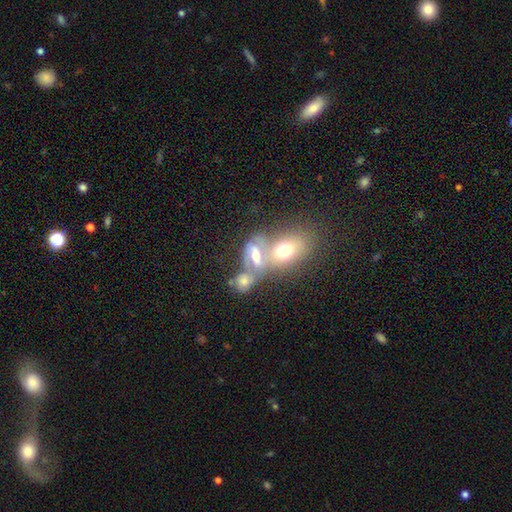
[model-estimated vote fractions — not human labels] This appears to be a featured or disk galaxy (48%). Merging: merger (60%).